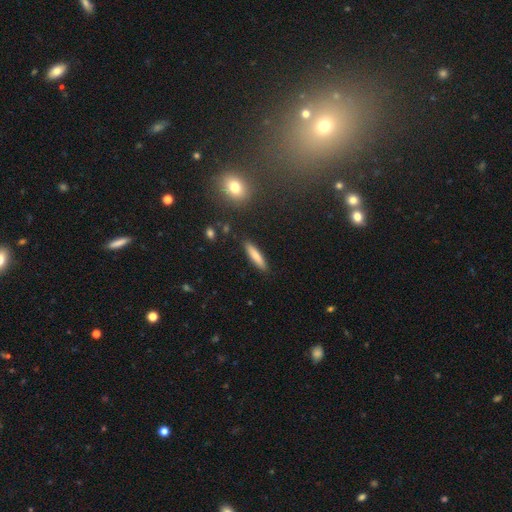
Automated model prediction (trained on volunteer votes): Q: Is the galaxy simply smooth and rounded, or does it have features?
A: smooth — 76%.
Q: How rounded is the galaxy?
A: cigar-shaped — 81%.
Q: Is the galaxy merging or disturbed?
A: none — 89%.